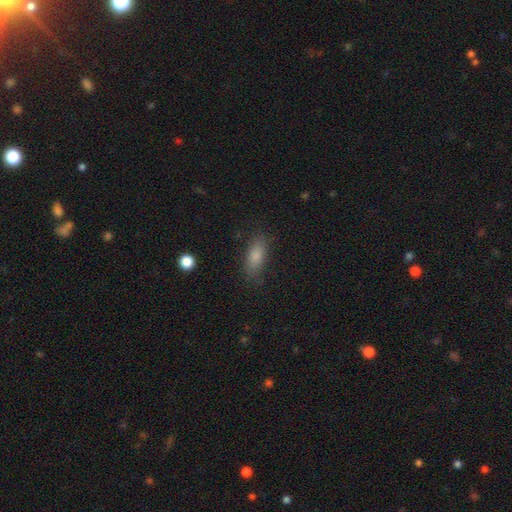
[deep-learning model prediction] Smooth or featured?
  - smooth: 78% *
  - featured or disk: 12%
  - star or artifact: 10%
How rounded?
  - in between: 72% *
  - cigar-shaped: 24%
  - round: 4%
Merging?
  - none: 81% *
  - minor disturbance: 13%
  - major disturbance: 4%
  - merger: 1%